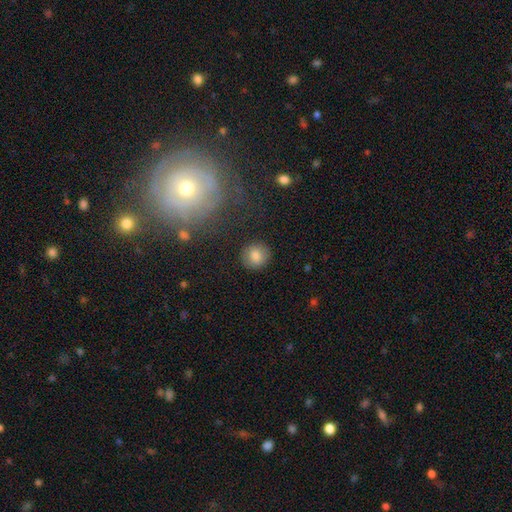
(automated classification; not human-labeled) smooth 82%, star or artifact 9%, featured or disk 9%. Down the decision tree: how rounded — round (91%); merging — none (90%).